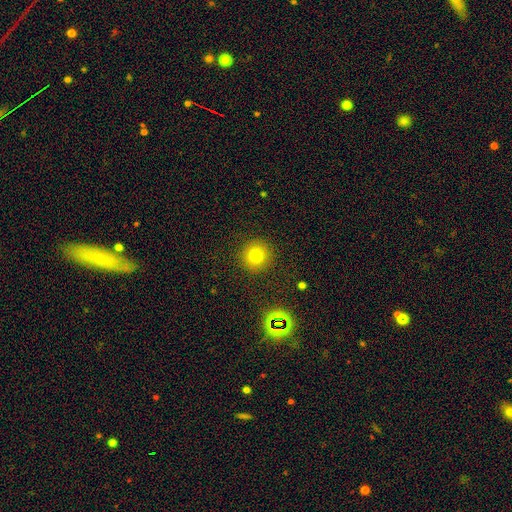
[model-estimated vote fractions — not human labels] Smooth or featured?
  - smooth: 76% *
  - star or artifact: 16%
  - featured or disk: 9%
How rounded?
  - round: 94% *
  - in between: 5%
  - cigar-shaped: 1%
Merging?
  - none: 90% *
  - minor disturbance: 6%
  - major disturbance: 2%
  - merger: 1%